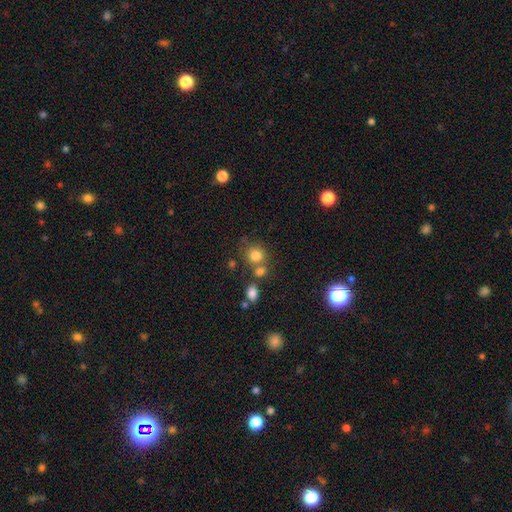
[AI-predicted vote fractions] A smooth galaxy with no disk features (79%) that is round (82%).

Vote fractions:
- Smooth or featured? smooth: 79% / star or artifact: 13% / featured or disk: 8%
- How rounded? round: 82% / in between: 17% / cigar-shaped: 1%
- Merging? none: 56% / merger: 28% / minor disturbance: 11% / major disturbance: 5%